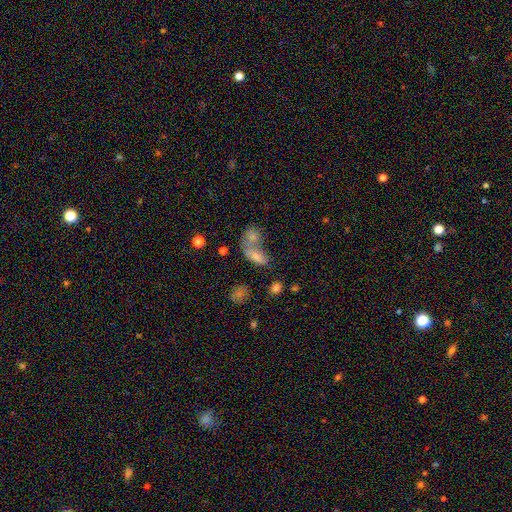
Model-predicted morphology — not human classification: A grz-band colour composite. It shows a smooth galaxy with no disk features (62%) that is in between round and cigar-shaped (74%). Merging: merger (56%).